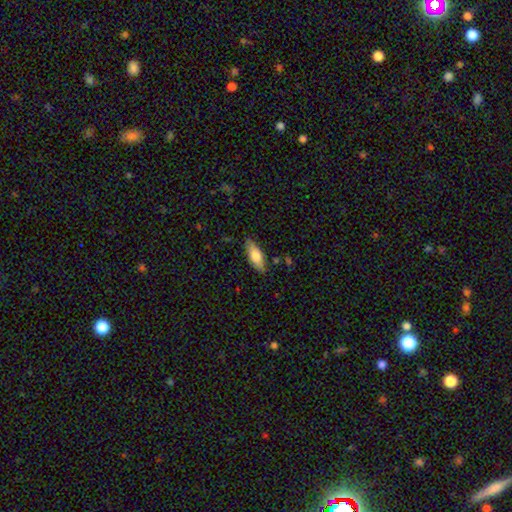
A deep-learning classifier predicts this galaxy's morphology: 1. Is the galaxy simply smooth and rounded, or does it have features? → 70% smooth, 24% featured or disk, 6% star or artifact.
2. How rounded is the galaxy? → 69% in between, 28% cigar-shaped, 2% round.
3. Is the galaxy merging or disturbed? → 83% none, 13% minor disturbance, 2% major disturbance, 2% merger.